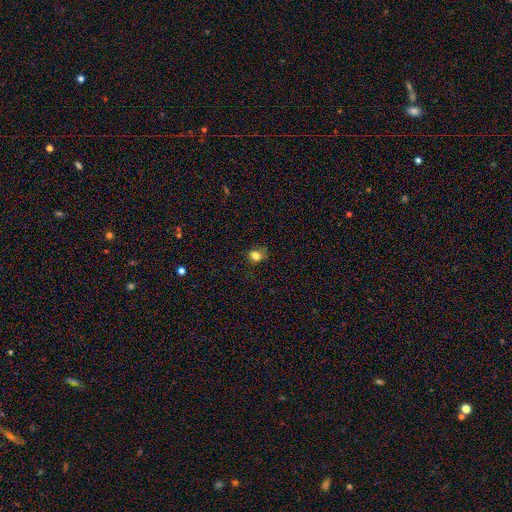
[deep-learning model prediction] Smooth or featured? Predicted: smooth (p=0.81). How rounded? Predicted: round (p=0.52). Merging? Predicted: none (p=0.68).